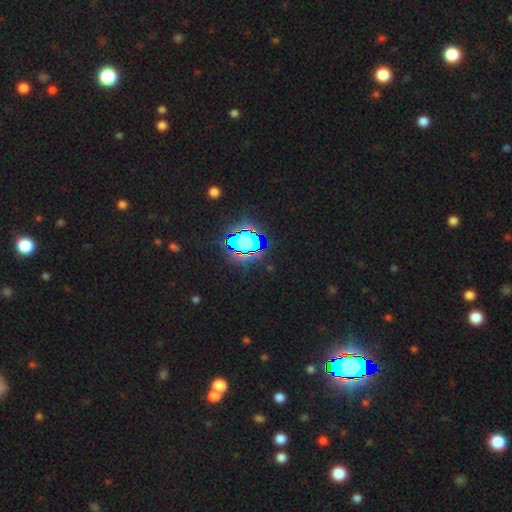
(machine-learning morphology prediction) Smooth or featured? star or artifact (82%)